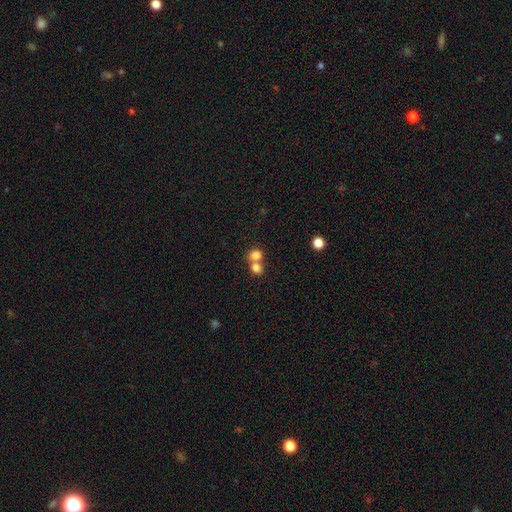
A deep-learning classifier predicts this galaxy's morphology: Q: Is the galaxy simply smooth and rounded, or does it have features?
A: smooth — 80%.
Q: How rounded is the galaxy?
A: round — 63%.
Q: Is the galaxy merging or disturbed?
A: merger — 59%.